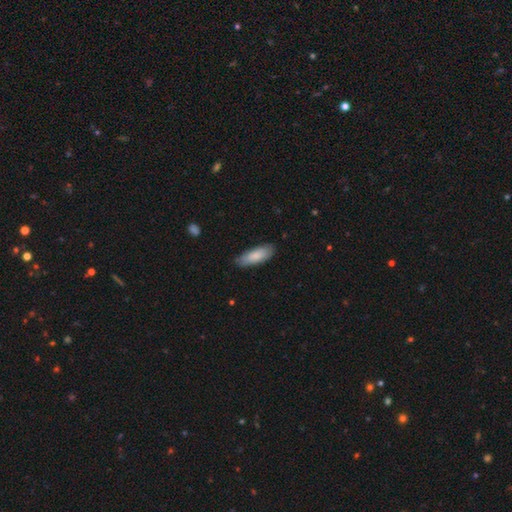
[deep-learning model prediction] The model was most divided on "how rounded": in between: 66%, cigar-shaped: 33%, round: 1%. More confident: smooth or featured — smooth (84%); merging — none (81%).